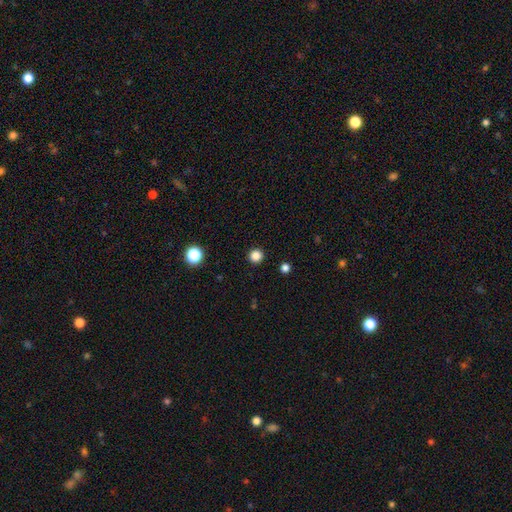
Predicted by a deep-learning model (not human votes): Q: Smooth or featured?
A: smooth (84%); runner-up: star or artifact (13%)
Q: How rounded?
A: round (96%); runner-up: in between (3%)
Q: Merging?
A: none (93%); runner-up: minor disturbance (4%)